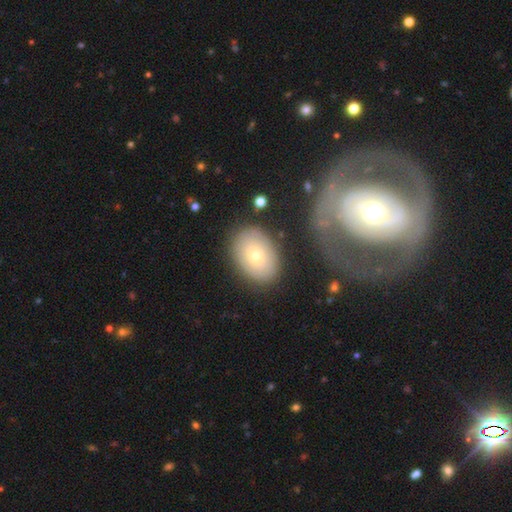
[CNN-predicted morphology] Q: Smooth or featured?
A: smooth (67%); runner-up: featured or disk (25%)
Q: How rounded?
A: in between (75%); runner-up: round (24%)
Q: Merging?
A: none (82%); runner-up: minor disturbance (11%)